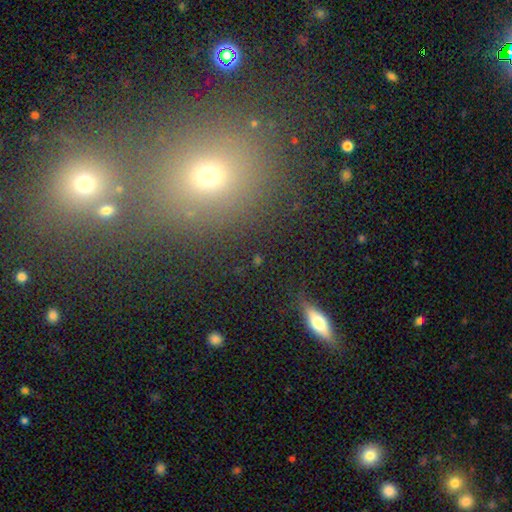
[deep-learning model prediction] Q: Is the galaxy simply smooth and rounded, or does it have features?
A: smooth — 47%.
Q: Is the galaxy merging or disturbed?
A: none — 80%.